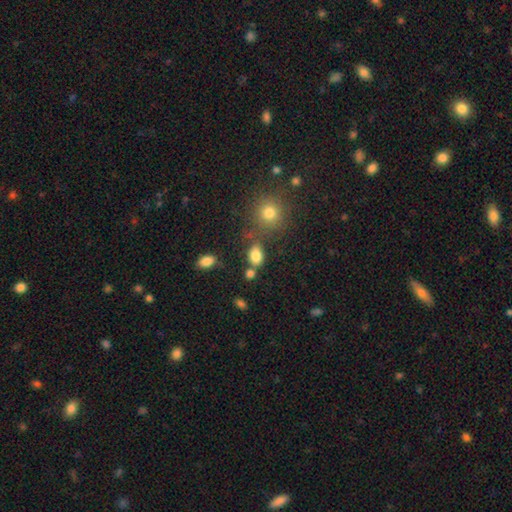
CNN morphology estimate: A smooth galaxy with no disk features (82%) that is in between round and cigar-shaped (77%).

Vote fractions:
- Smooth or featured? smooth: 82% / star or artifact: 11% / featured or disk: 7%
- How rounded? in between: 77% / round: 21% / cigar-shaped: 2%
- Merging? none: 59% / merger: 20% / minor disturbance: 15% / major disturbance: 6%